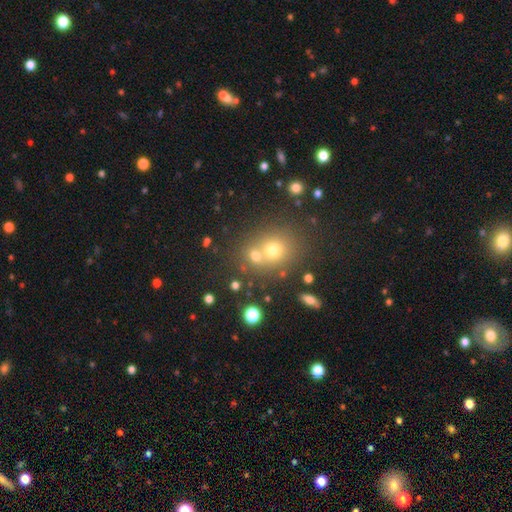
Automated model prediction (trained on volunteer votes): Smooth or featured? smooth (67%)
How rounded? round (75%)
Merging? merger (45%, tied with none)